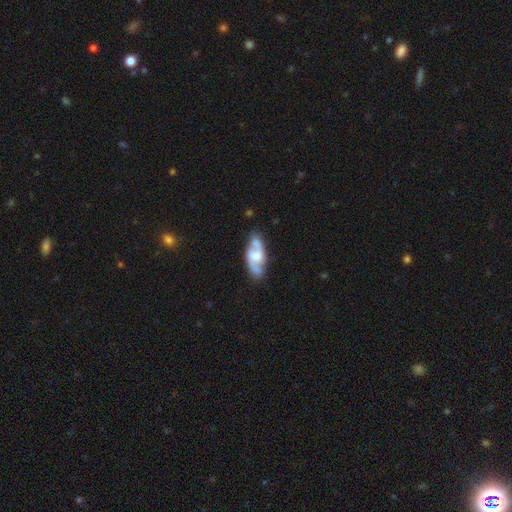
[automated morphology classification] Smooth or featured? Predicted: featured or disk (p=0.71). Edge-on disk? Predicted: no (p=0.92). Bar? Predicted: weak (p=0.46). Spiral arms? Predicted: yes (p=0.88). Spiral winding? Predicted: medium (p=0.49). Spiral arm count? Predicted: 2 (p=0.85). Bulge size? Predicted: moderate (p=0.39). Merging? Predicted: none (p=0.72).